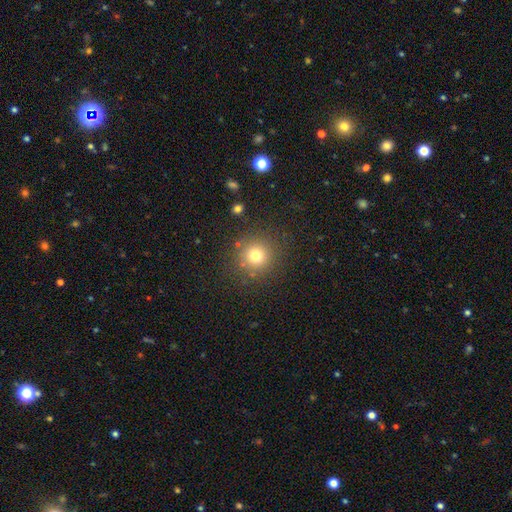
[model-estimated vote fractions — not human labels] smooth 75%, star or artifact 16%, featured or disk 9%. Down the decision tree: how rounded — round (94%); merging — none (86%).